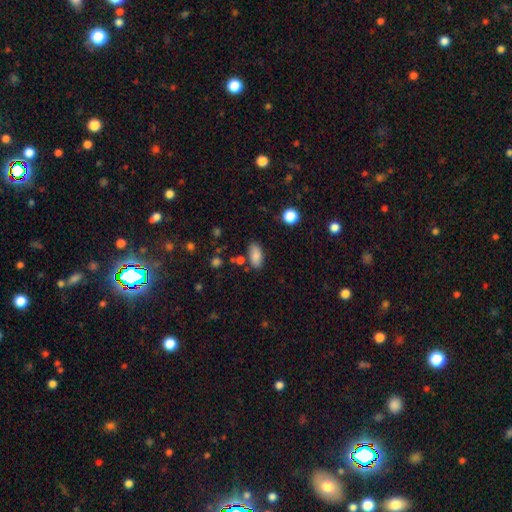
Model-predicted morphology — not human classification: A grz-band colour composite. It shows a smooth galaxy with no disk features (85%) that is in between round and cigar-shaped (91%). Merging: none (79%).